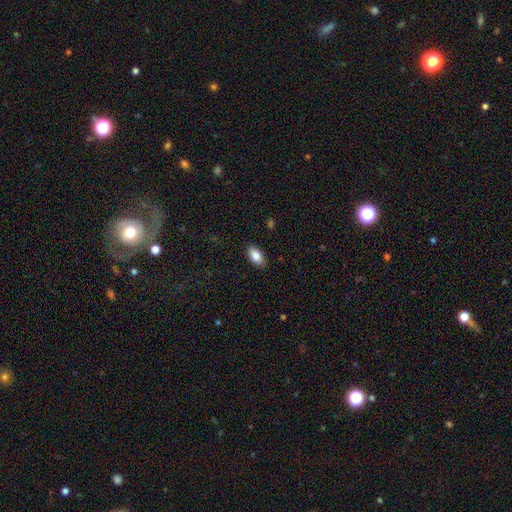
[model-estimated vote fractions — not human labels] This is clearly a smooth galaxy (87%). How rounded: clearly in between (93%). Merging: clearly none (88%).